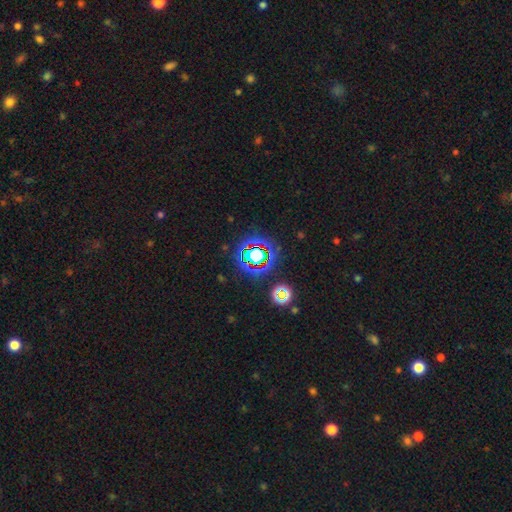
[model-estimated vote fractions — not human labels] smooth-or-featured: star or artifact: 64% | smooth: 23% | featured or disk: 13%